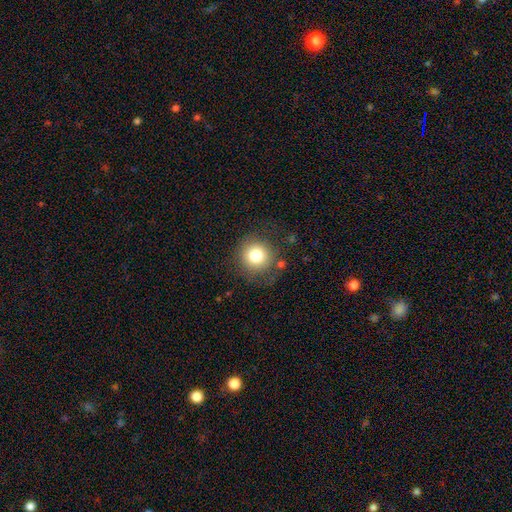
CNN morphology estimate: type=smooth (79%); roundness=round (94%); merging=none (80%).